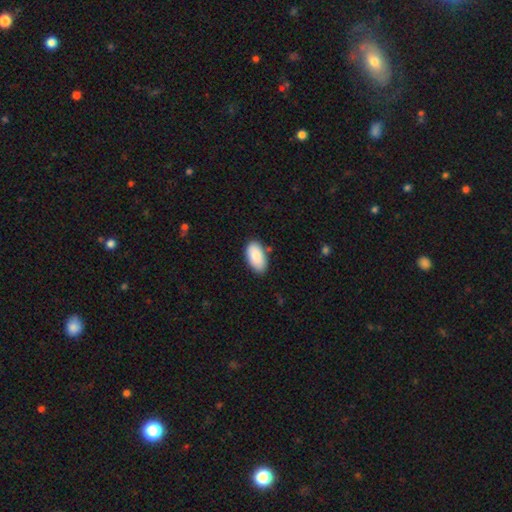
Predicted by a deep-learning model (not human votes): Smooth or featured: smooth — 88% (star or artifact — 6%)
How rounded: in between — 96% (round — 2%)
Merging: none — 80% (minor disturbance — 15%)